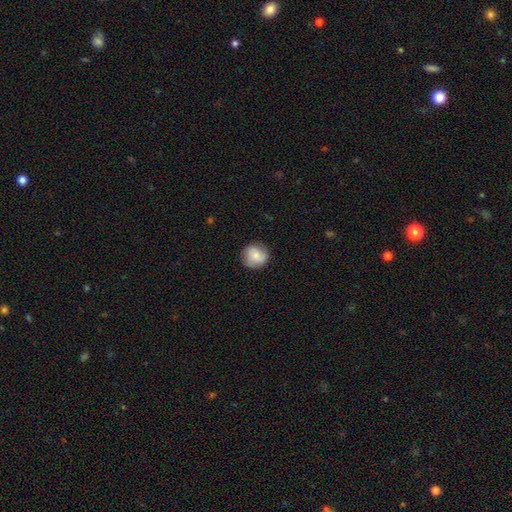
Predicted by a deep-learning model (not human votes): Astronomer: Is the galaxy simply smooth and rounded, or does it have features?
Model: smooth — 76%.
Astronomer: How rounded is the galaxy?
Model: round — 89%.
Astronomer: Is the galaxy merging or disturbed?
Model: none — 82%.